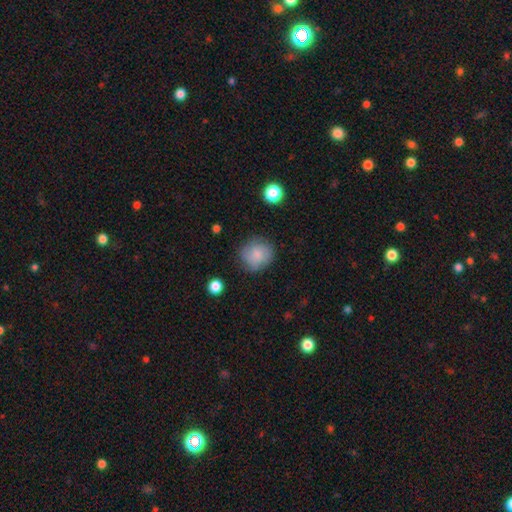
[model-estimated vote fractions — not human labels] Morphology: type=smooth (78%); roundness=round (84%); merging=none (74%).